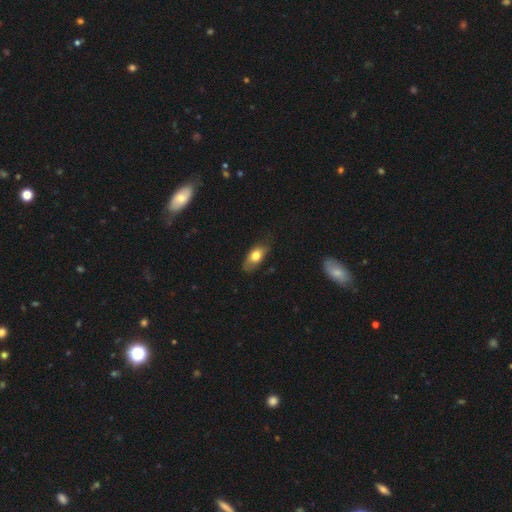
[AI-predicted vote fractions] A smooth galaxy with no disk features (70%) that is in between round and cigar-shaped (84%).

Vote fractions:
- Smooth or featured? smooth: 70% / featured or disk: 23% / star or artifact: 7%
- How rounded? in between: 84% / cigar-shaped: 9% / round: 7%
- Merging? none: 63% / minor disturbance: 28% / major disturbance: 7% / merger: 2%